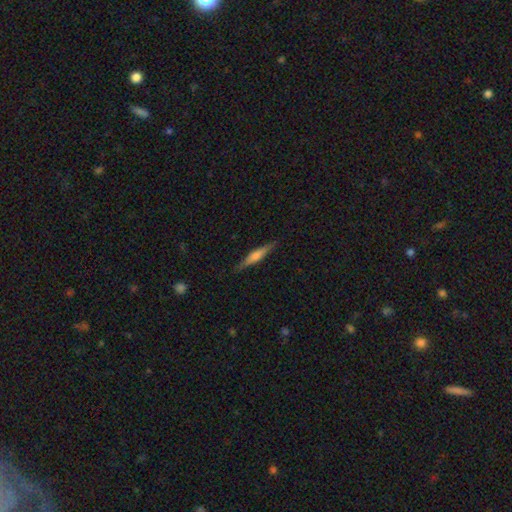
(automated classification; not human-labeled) Smooth or featured: featured or disk — 50% (smooth — 44%)
Merging: none — 86% (minor disturbance — 11%)